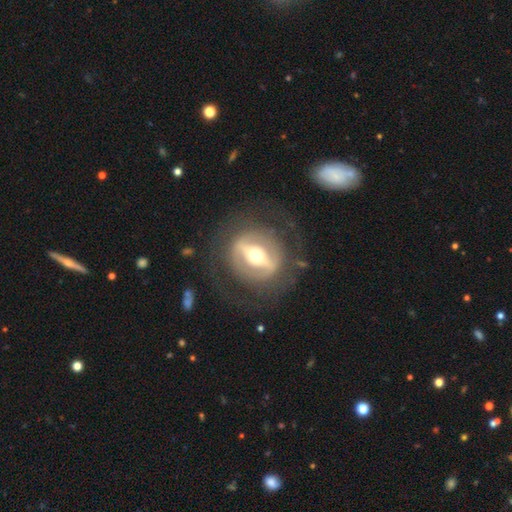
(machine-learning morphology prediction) Smooth or featured: featured or disk — 76% (smooth — 18%)
Edge-on disk: no — 81% (yes — 19%)
Bar: strong — 74% (weak — 16%)
Spiral arms: no — 70% (yes — 30%)
Bulge size: moderate — 68% (small — 18%)
Merging: none — 76% (minor disturbance — 11%)